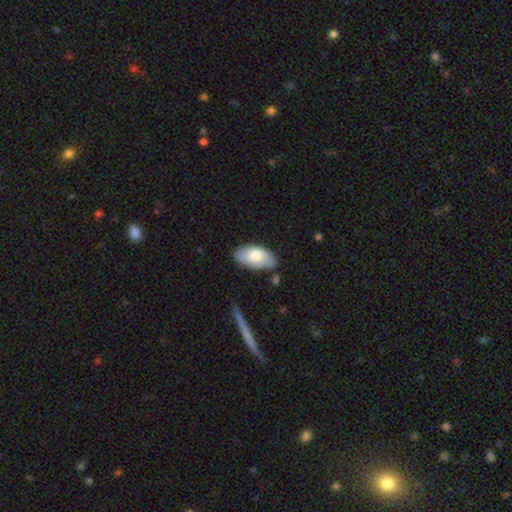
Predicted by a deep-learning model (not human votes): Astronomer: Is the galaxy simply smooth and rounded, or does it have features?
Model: smooth — 74%.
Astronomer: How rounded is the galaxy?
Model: in between — 95%.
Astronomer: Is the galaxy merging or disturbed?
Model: none — 72%.